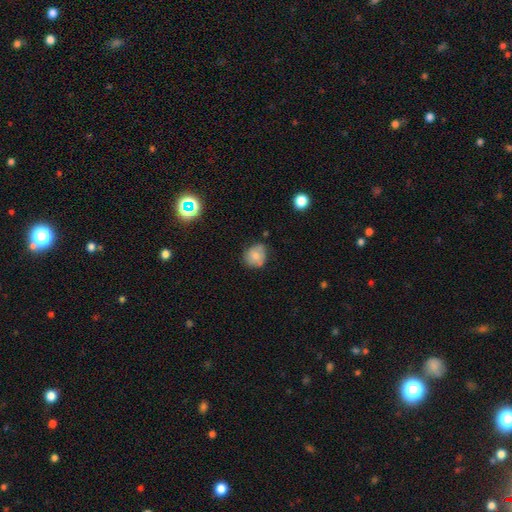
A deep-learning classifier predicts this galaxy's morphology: smooth_or_featured: smooth (p=0.71) [alt: featured or disk p=0.19]
how_rounded: round (p=0.79) [alt: in between p=0.20]
merging: none (p=0.62) [alt: minor disturbance p=0.29]